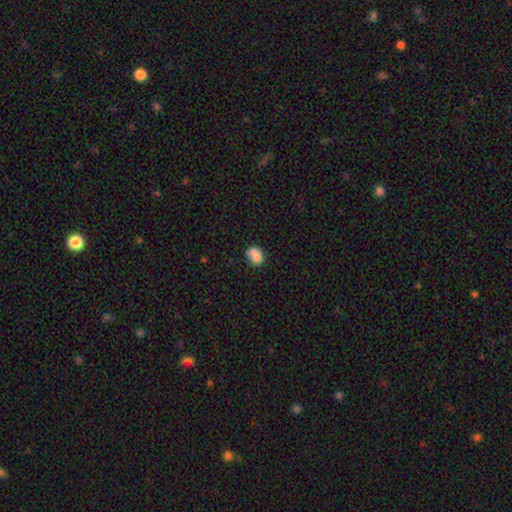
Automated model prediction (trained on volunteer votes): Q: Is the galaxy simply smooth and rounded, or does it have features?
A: smooth — 76%.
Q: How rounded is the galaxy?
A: round — 50%.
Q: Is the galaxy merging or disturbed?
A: merger — 46%.